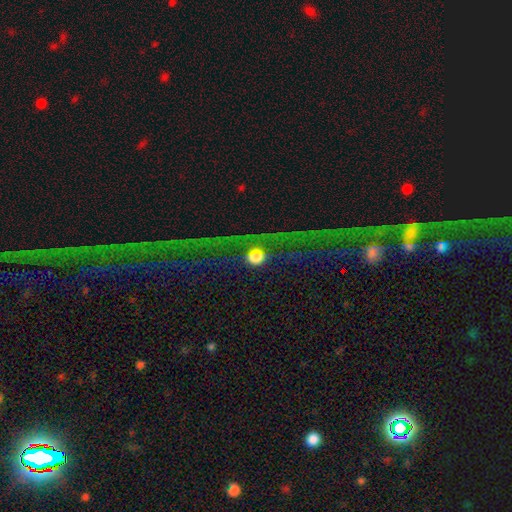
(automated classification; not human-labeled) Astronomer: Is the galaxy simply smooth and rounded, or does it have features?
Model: smooth — 52% (runner-up: star or artifact, 33%).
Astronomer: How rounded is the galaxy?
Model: round — 81%.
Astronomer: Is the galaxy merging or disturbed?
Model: none — 63%.